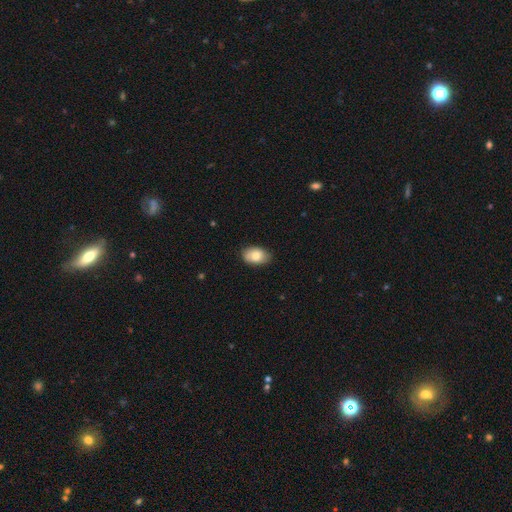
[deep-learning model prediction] smooth 82%, featured or disk 11%, star or artifact 7%. Down the decision tree: how rounded — in between (90%); merging — none (83%).